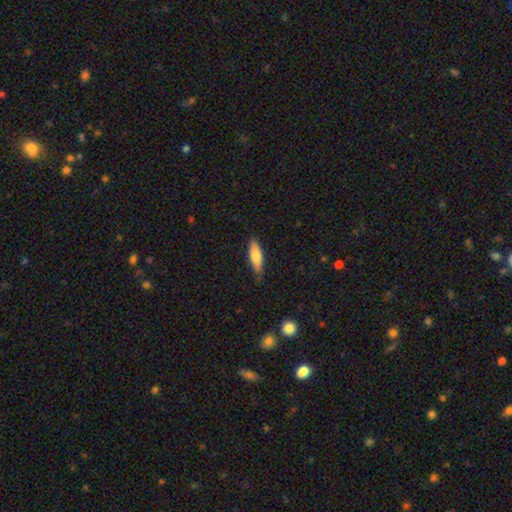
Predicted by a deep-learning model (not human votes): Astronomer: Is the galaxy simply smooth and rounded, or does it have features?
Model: smooth — 72%.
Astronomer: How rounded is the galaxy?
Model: cigar-shaped — 52% (runner-up: in between, 46%).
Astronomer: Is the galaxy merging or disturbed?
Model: none — 78%.